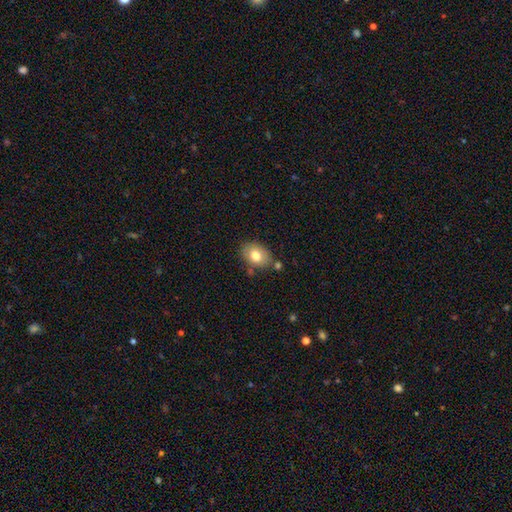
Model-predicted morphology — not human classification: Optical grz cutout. It shows a smooth galaxy with no disk features (77%) that is in between round and cigar-shaped (71%). Merging: none (76%).